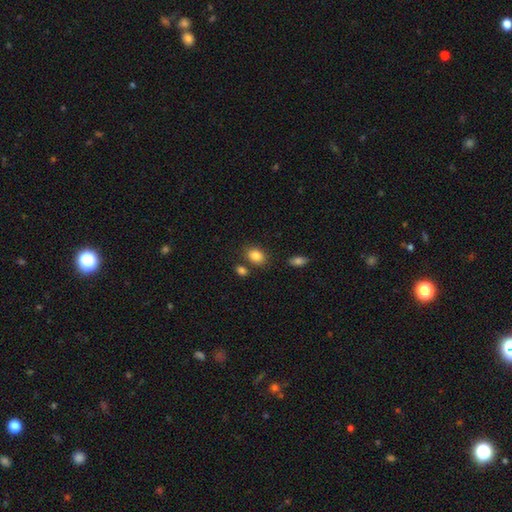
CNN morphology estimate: Overall: smooth (85%). How rounded: in between (72%). Merging: none (75%).